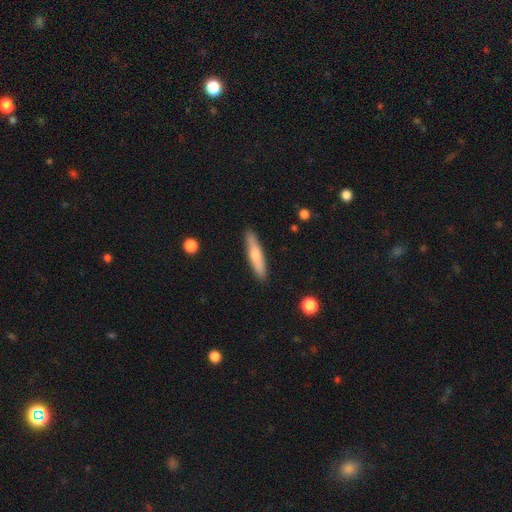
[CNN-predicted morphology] A smooth galaxy with no disk features (63%) that is cigar-shaped (86%). Merging: none (89%).